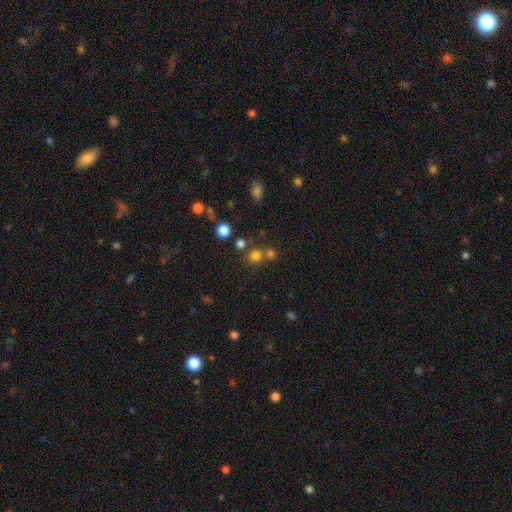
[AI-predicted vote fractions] Overall: smooth (73%). How rounded: round (90%). Merging: none (67%).